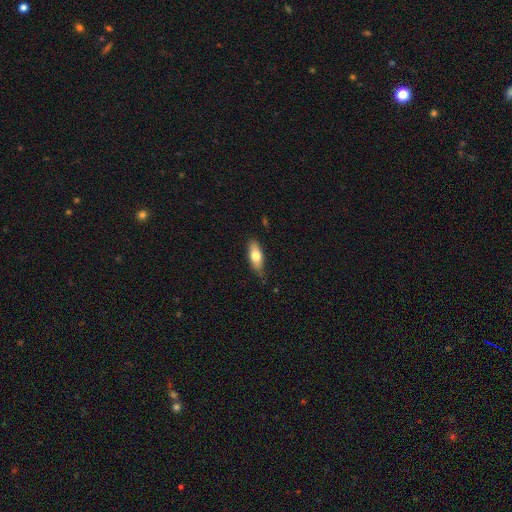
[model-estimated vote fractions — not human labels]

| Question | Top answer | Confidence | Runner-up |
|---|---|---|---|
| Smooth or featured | smooth | 71% | featured or disk (23%) |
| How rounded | in between | 71% | cigar-shaped (26%) |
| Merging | none | 73% | minor disturbance (22%) |